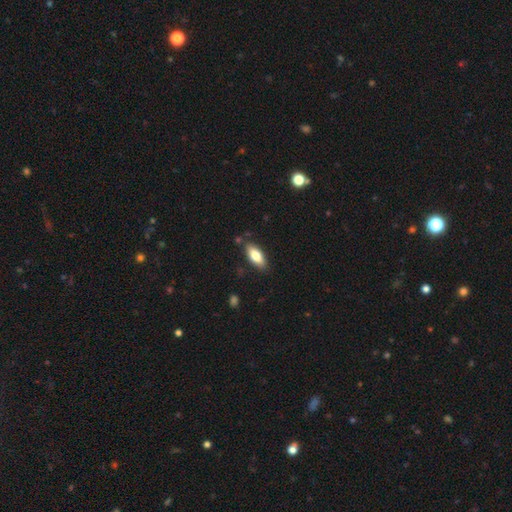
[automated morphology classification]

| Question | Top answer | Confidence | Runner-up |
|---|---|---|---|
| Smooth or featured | smooth | 75% | featured or disk (18%) |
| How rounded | in between | 80% | cigar-shaped (18%) |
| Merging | none | 82% | minor disturbance (12%) |